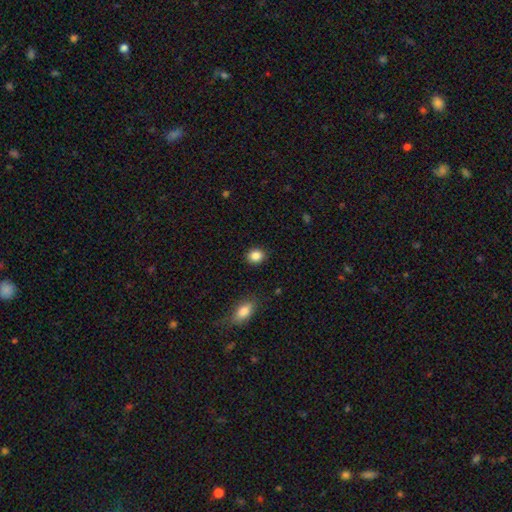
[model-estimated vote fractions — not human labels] smooth_or_featured: smooth (p=0.87) [alt: star or artifact p=0.09]
how_rounded: round (p=0.70) [alt: in between p=0.29]
merging: none (p=0.90) [alt: minor disturbance p=0.07]